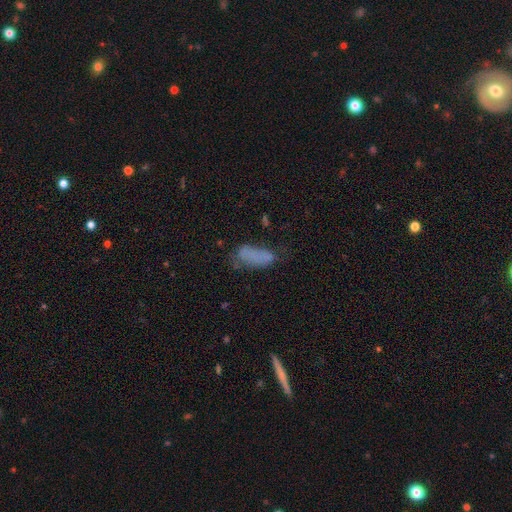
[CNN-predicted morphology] Smooth or featured?
  - smooth: 67% *
  - featured or disk: 20%
  - star or artifact: 13%
How rounded?
  - in between: 77% *
  - cigar-shaped: 20%
  - round: 3%
Merging?
  - none: 41% *
  - minor disturbance: 28%
  - major disturbance: 23%
  - merger: 7%